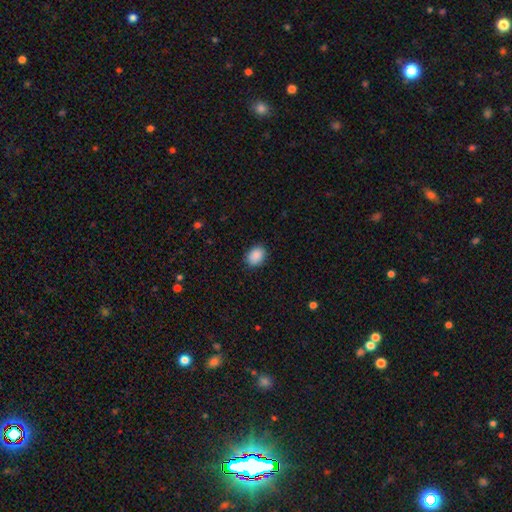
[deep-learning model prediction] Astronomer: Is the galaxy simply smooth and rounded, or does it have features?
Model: smooth — 89%.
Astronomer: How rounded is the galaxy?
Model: in between — 66%.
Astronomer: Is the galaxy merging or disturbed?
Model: none — 86%.